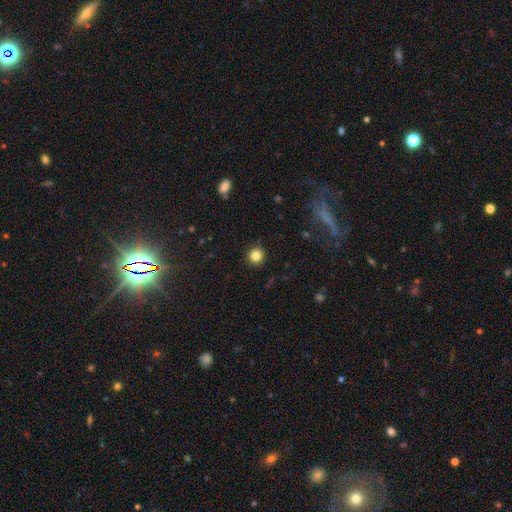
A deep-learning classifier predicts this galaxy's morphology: Q: Smooth or featured?
A: smooth (84%); runner-up: star or artifact (12%)
Q: How rounded?
A: round (94%); runner-up: in between (5%)
Q: Merging?
A: none (92%); runner-up: minor disturbance (5%)